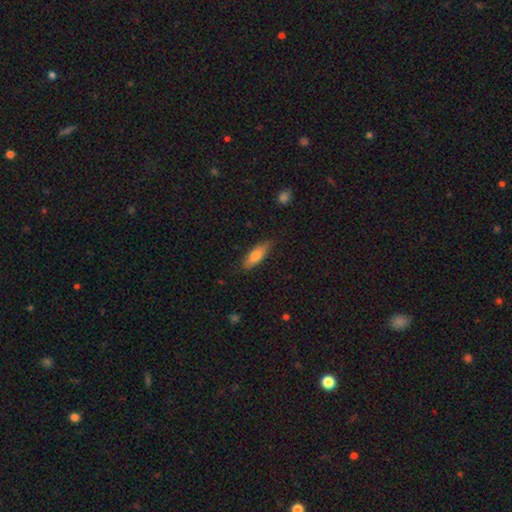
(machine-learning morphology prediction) Q: Smooth or featured?
A: smooth (76%); runner-up: featured or disk (18%)
Q: How rounded?
A: in between (55%); runner-up: cigar-shaped (43%)
Q: Merging?
A: none (81%); runner-up: minor disturbance (15%)